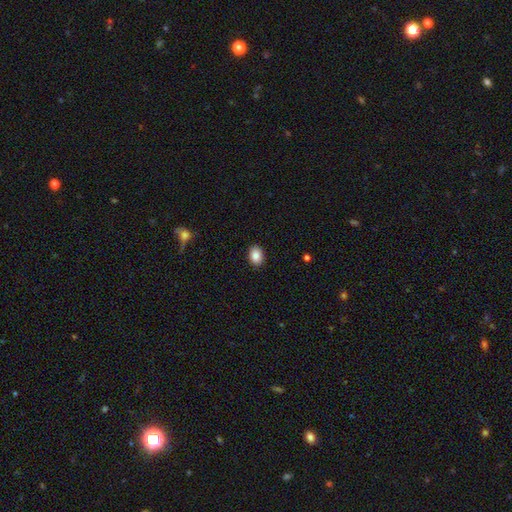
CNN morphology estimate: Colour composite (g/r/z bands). It shows a smooth galaxy with no disk features (87%) that is in between round and cigar-shaped (70%). Merging: none (90%).